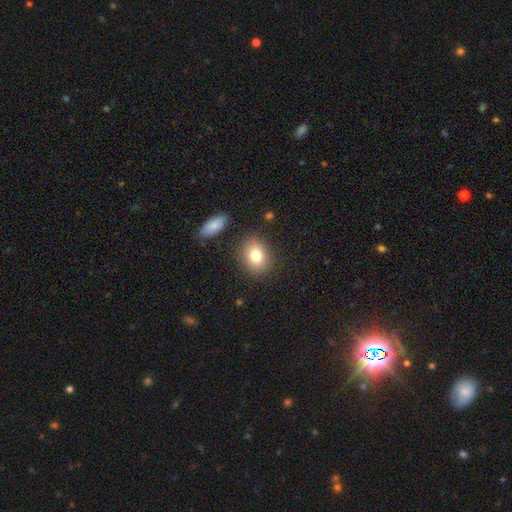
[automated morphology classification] A smooth galaxy with no disk features (79%) that is in between round and cigar-shaped (52%).

Vote fractions:
- Smooth or featured? smooth: 79% / featured or disk: 11% / star or artifact: 10%
- How rounded? in between: 52% / round: 46% / cigar-shaped: 1%
- Merging? none: 84% / minor disturbance: 10% / merger: 3% / major disturbance: 3%